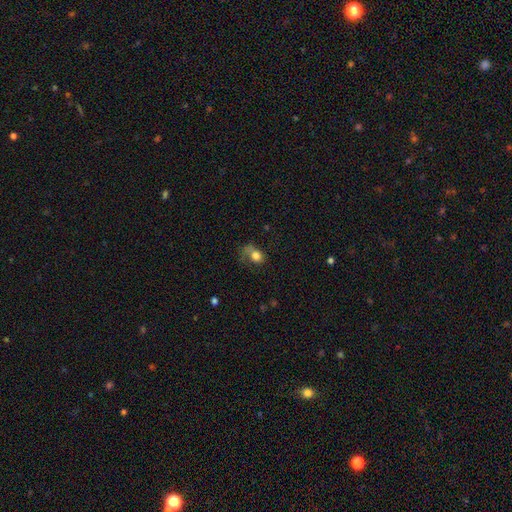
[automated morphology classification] smooth 70%, featured or disk 19%, star or artifact 10%. Down the decision tree: how rounded — in between (53%); merging — major disturbance (40%).